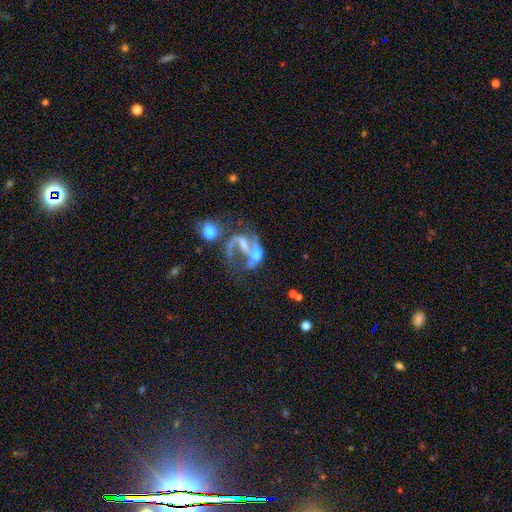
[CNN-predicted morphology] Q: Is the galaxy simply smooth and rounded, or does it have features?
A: featured or disk — 70%.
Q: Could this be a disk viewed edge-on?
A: no — 96%.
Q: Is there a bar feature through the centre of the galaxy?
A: no — 43%.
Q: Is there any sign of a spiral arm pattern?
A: yes — 70%.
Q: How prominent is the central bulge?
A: moderate — 35%.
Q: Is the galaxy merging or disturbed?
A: merger — 43%.